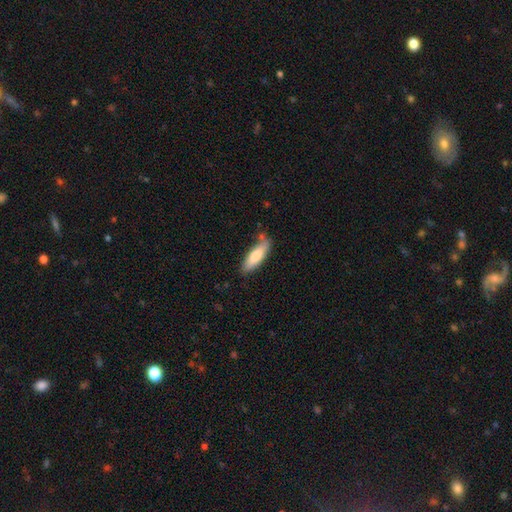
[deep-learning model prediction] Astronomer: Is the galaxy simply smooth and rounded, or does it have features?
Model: smooth — 77%.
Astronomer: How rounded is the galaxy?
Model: in between — 49%, tied with cigar-shaped at 49%.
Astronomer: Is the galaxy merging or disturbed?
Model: none — 69%.